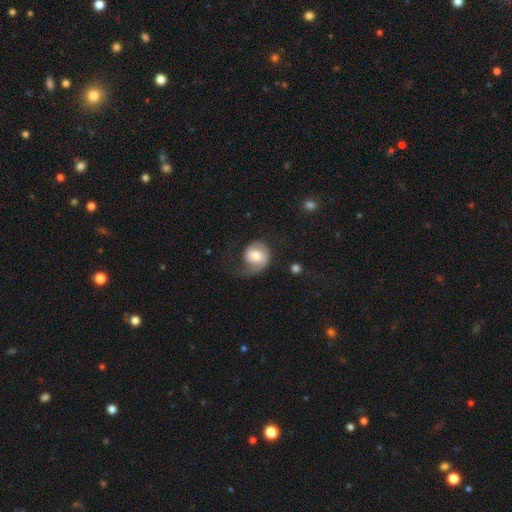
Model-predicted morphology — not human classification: smooth 52%, featured or disk 41%, star or artifact 7%. Down the decision tree: how rounded — round (75%); merging — none (38%).